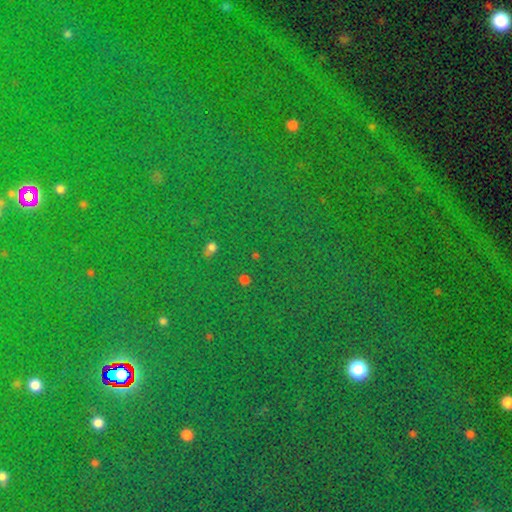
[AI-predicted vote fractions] Morphology: type=star or artifact (83%).